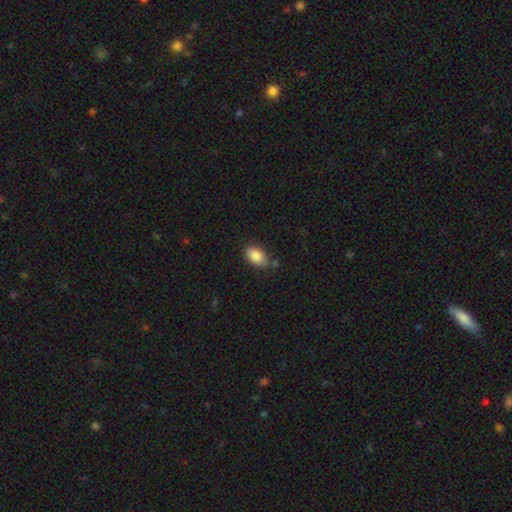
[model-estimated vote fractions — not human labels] Overall: smooth (86%). How rounded: in between (89%). Merging: none (72%).